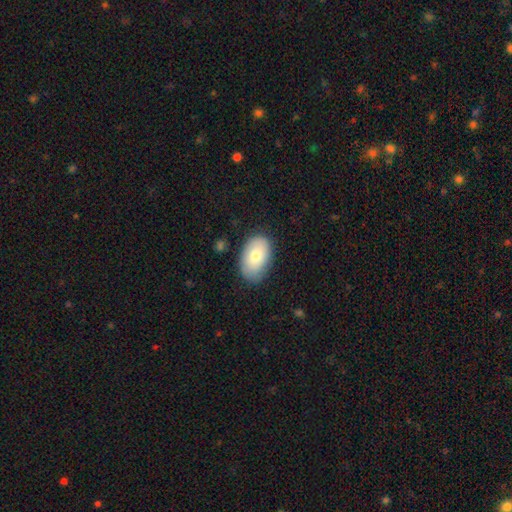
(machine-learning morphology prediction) Q: Smooth or featured?
A: smooth (77%); runner-up: featured or disk (16%)
Q: How rounded?
A: in between (92%); runner-up: round (7%)
Q: Merging?
A: none (78%); runner-up: minor disturbance (17%)